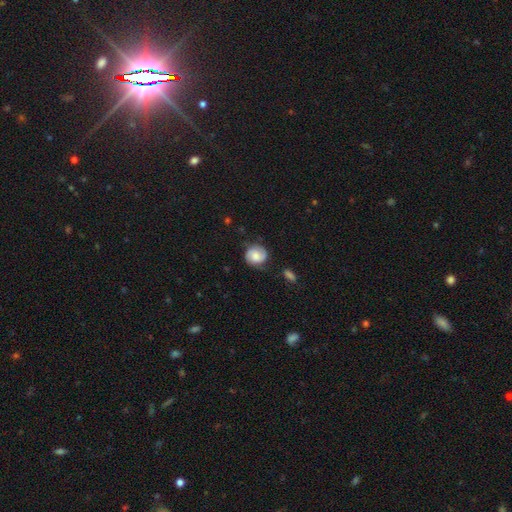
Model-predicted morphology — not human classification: Q: Smooth or featured?
A: smooth (46%); runner-up: featured or disk (45%)
Q: Merging?
A: none (70%); runner-up: minor disturbance (21%)